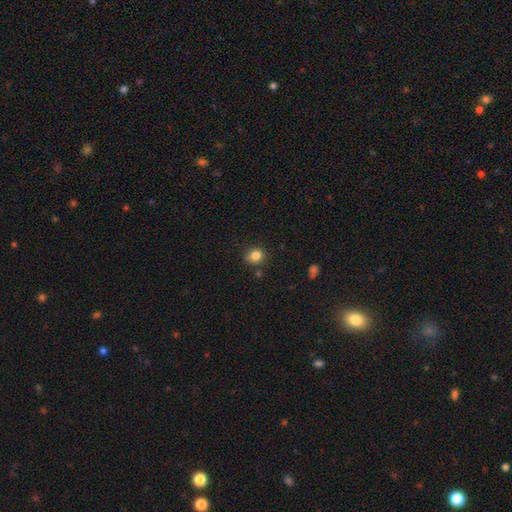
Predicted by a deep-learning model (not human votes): smooth 83%, star or artifact 11%, featured or disk 6%. Down the decision tree: how rounded — round (77%); merging — none (81%).